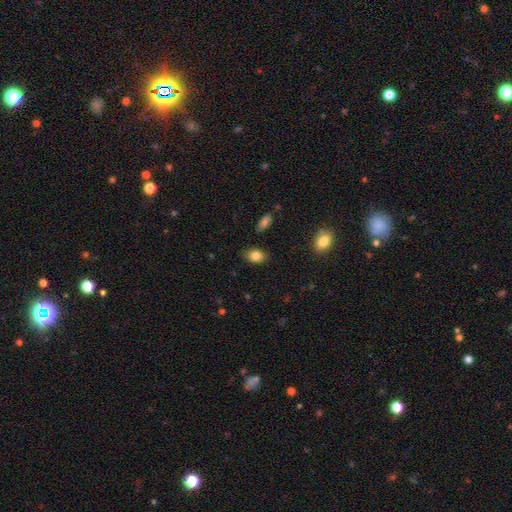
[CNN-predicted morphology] smooth_or_featured: smooth (p=0.83) [alt: star or artifact p=0.09]
how_rounded: in between (p=0.79) [alt: round p=0.19]
merging: none (p=0.85) [alt: minor disturbance p=0.11]